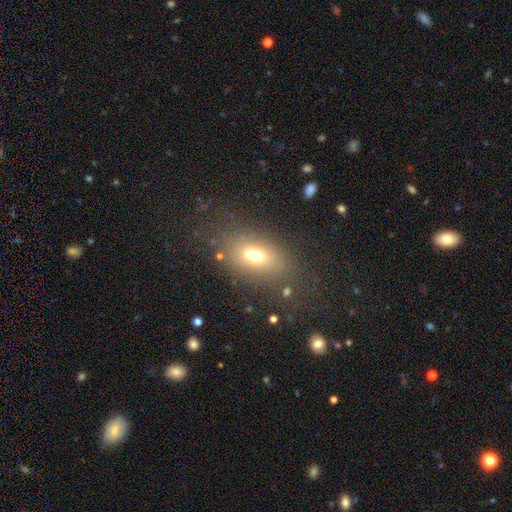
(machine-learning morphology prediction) Smooth or featured?
  - smooth: 60% *
  - featured or disk: 25%
  - star or artifact: 16%
How rounded?
  - in between: 70% *
  - round: 27%
  - cigar-shaped: 3%
Merging?
  - merger: 45% *
  - none: 39%
  - minor disturbance: 10%
  - major disturbance: 6%